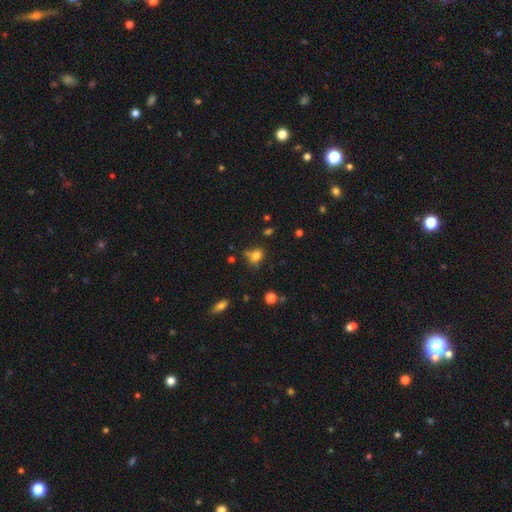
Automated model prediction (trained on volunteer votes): Smooth or featured? smooth (77%)
How rounded? round (56%)
Merging? none (58%)